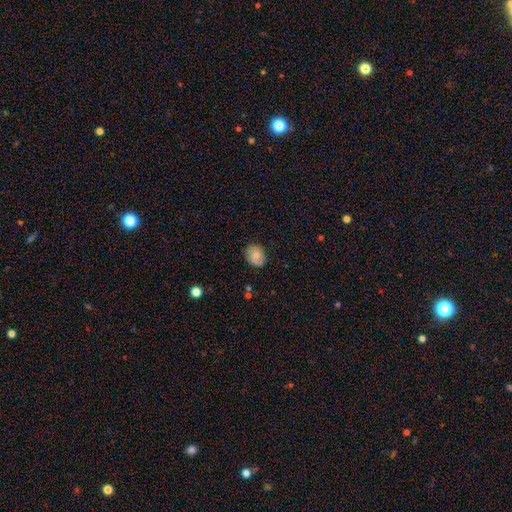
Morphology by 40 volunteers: This is likely a smooth galaxy (62%). How rounded: likely in between (60%). Merging: clearly none (89%).